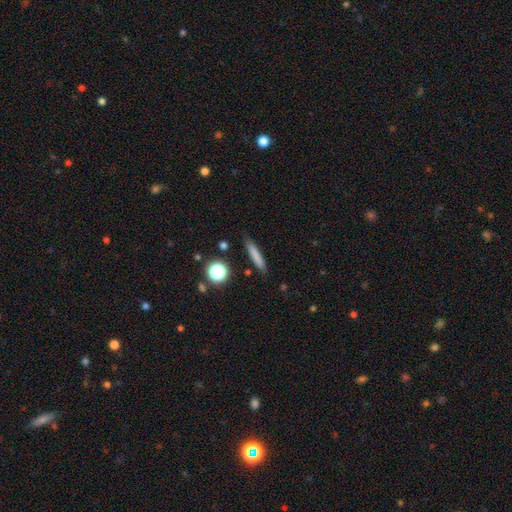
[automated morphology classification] This is likely a smooth galaxy (76%). How rounded: clearly cigar-shaped (90%). Merging: clearly none (85%).